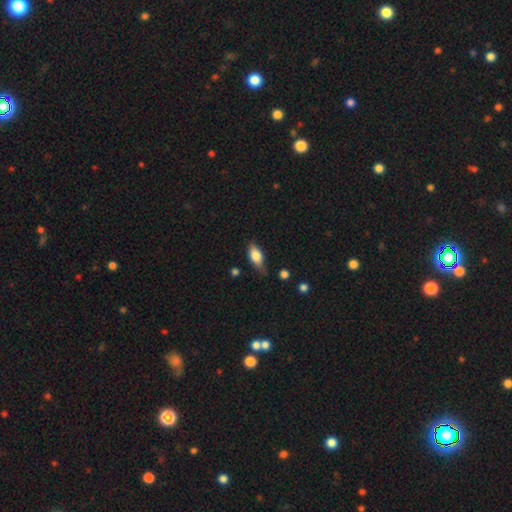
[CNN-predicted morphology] smooth-or-featured: smooth: 75% | featured or disk: 19% | star or artifact: 7%
  how-rounded: in between: 84% | cigar-shaped: 12% | round: 5%
  merging: none: 65% | minor disturbance: 28% | major disturbance: 5% | merger: 2%